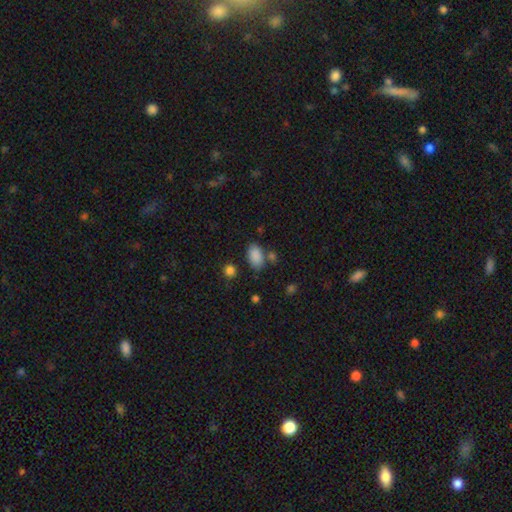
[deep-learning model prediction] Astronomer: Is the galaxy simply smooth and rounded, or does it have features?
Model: smooth — 87%.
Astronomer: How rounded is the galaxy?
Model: in between — 90%.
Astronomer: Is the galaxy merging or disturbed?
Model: none — 69%.